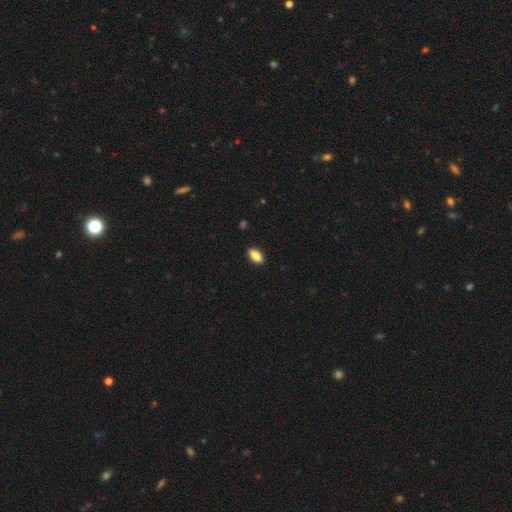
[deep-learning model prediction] Smooth or featured?
  - smooth: 86% *
  - star or artifact: 7%
  - featured or disk: 7%
How rounded?
  - in between: 89% *
  - cigar-shaped: 7%
  - round: 3%
Merging?
  - none: 88% *
  - minor disturbance: 9%
  - major disturbance: 2%
  - merger: 1%